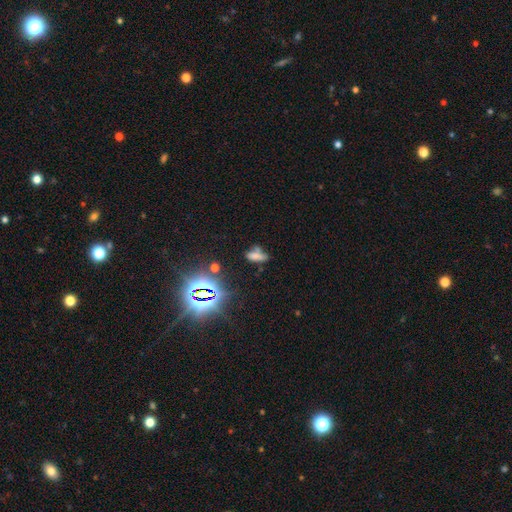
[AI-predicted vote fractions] Q: Smooth or featured?
A: smooth (56%); runner-up: star or artifact (26%)
Q: How rounded?
A: in between (73%); runner-up: cigar-shaped (20%)
Q: Merging?
A: none (38%); runner-up: minor disturbance (24%)